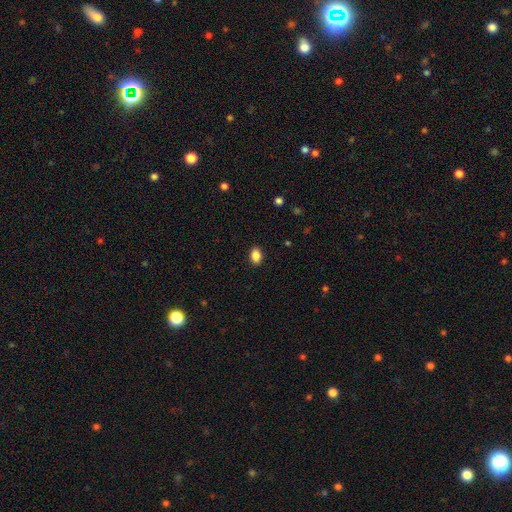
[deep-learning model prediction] This appears to be a smooth galaxy with no disk features (87%) that is in between round and cigar-shaped (83%). Merging: none (89%).